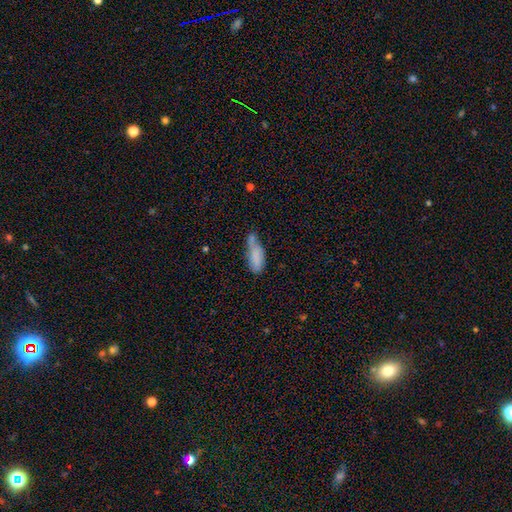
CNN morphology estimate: smooth 77%, featured or disk 14%, star or artifact 8%. Down the decision tree: how rounded — in between (66%); merging — none (32%).